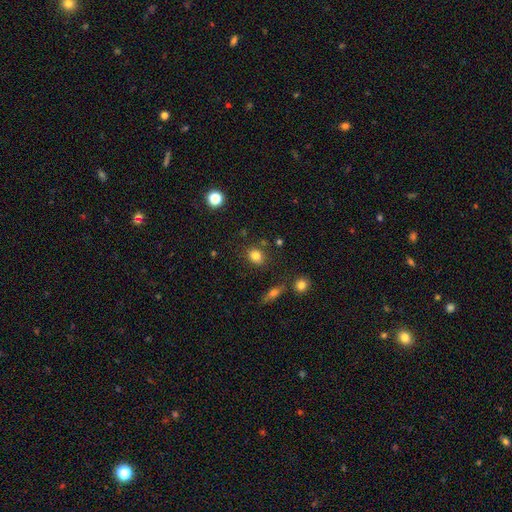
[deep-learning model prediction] This appears to be a smooth galaxy with no disk features (81%) that is round (54%). Merging: none (81%).